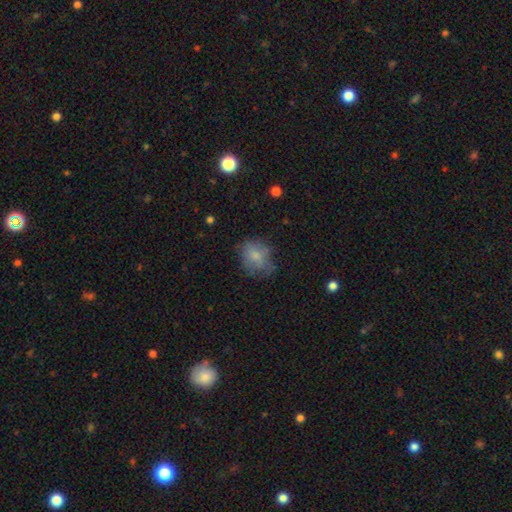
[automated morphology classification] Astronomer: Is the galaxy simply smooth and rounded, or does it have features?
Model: smooth — 72%.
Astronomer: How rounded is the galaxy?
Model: round — 56% (runner-up: in between, 43%).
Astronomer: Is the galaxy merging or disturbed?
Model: none — 53% (runner-up: minor disturbance, 29%).